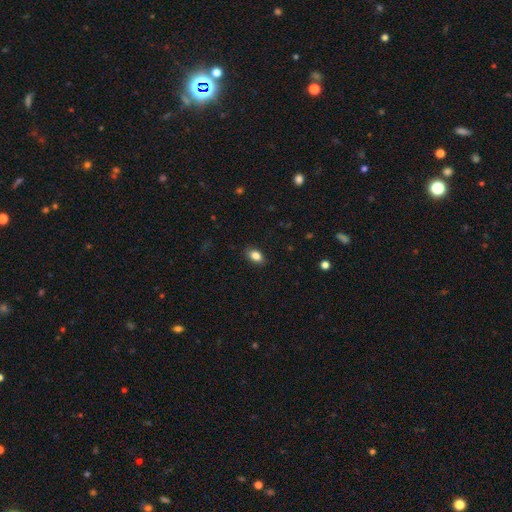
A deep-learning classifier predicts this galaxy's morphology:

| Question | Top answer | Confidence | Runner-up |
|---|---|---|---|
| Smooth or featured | smooth | 84% | star or artifact (9%) |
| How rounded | in between | 84% | round (14%) |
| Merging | none | 87% | minor disturbance (10%) |